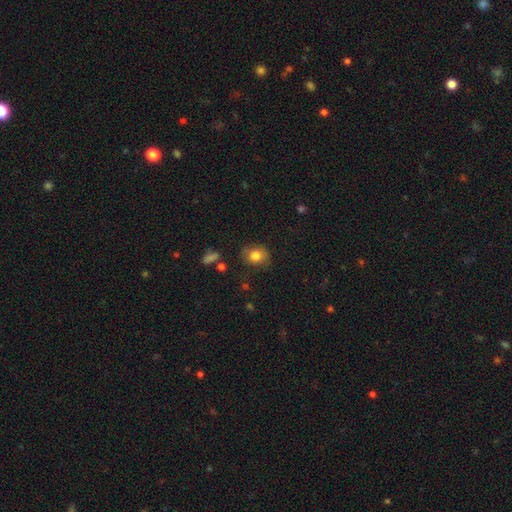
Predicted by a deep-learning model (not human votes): The model was most divided on "how rounded": round: 56%, in between: 43%, cigar-shaped: 1%. More confident: smooth or featured — smooth (80%); merging — none (73%).